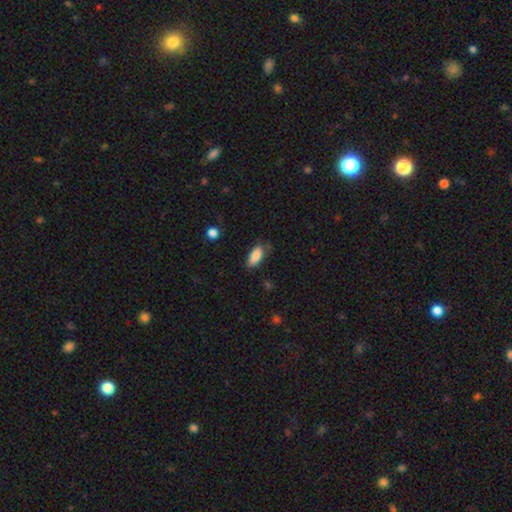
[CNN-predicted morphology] Overall: smooth (86%). How rounded: in between (85%). Merging: none (67%).